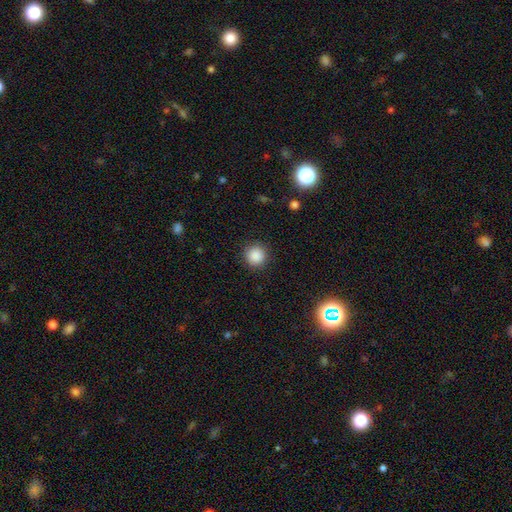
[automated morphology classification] smooth-or-featured: smooth: 87% | star or artifact: 10% | featured or disk: 3%
  how-rounded: round: 94% | in between: 5% | cigar-shaped: 1%
  merging: none: 90% | minor disturbance: 6% | major disturbance: 2% | merger: 1%